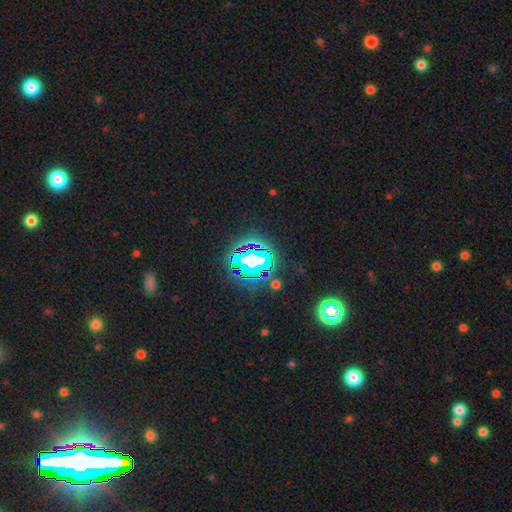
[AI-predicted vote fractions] smooth-or-featured: star or artifact: 74% | smooth: 14% | featured or disk: 13%